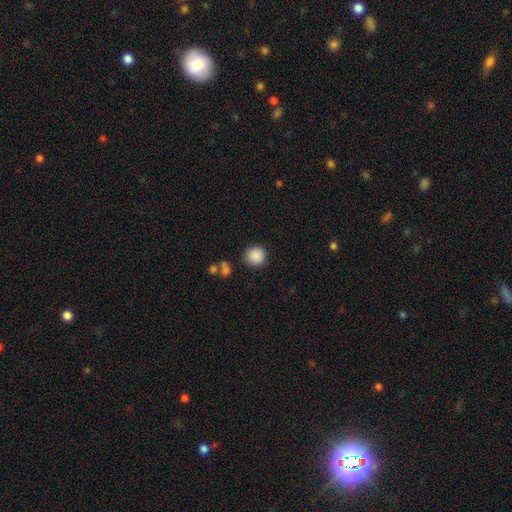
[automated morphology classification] A smooth galaxy with no disk features (88%) that is round (91%).

Vote fractions:
- Smooth or featured? smooth: 88% / star or artifact: 8% / featured or disk: 3%
- How rounded? round: 91% / in between: 8% / cigar-shaped: 1%
- Merging? none: 85% / minor disturbance: 8% / merger: 3% / major disturbance: 3%